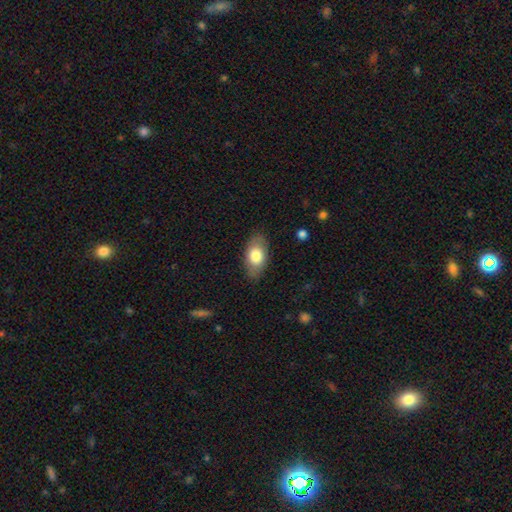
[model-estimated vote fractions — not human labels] smooth_or_featured: smooth (p=0.76) [alt: featured or disk p=0.18]
how_rounded: in between (p=0.91) [alt: round p=0.06]
merging: none (p=0.83) [alt: minor disturbance p=0.13]